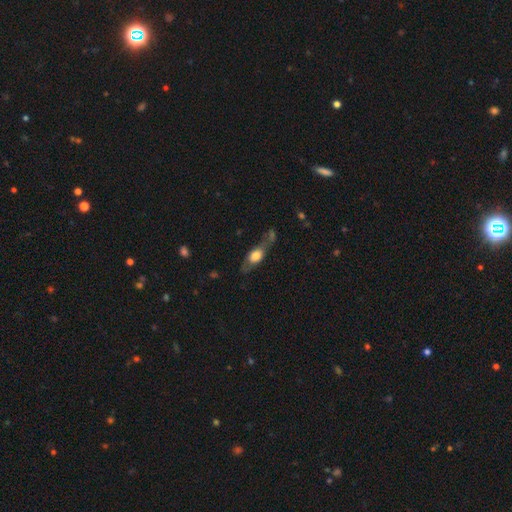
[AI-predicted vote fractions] Smooth or featured?
  - smooth: 56% *
  - featured or disk: 36%
  - star or artifact: 7%
How rounded?
  - in between: 67% *
  - cigar-shaped: 22%
  - round: 11%
Merging?
  - none: 47% *
  - minor disturbance: 23%
  - merger: 15%
  - major disturbance: 15%